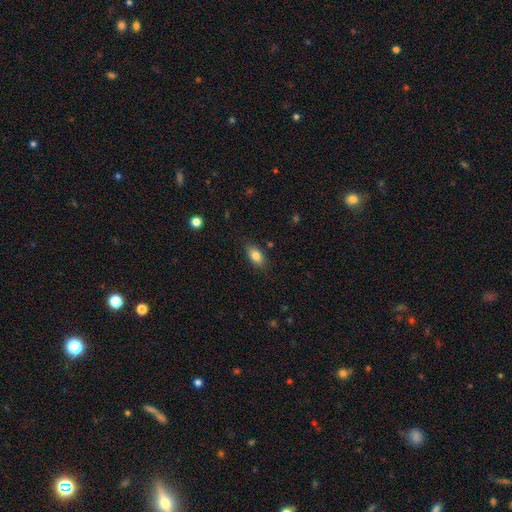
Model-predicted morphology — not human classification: Overall: smooth (82%). How rounded: in between (87%). Merging: none (82%).